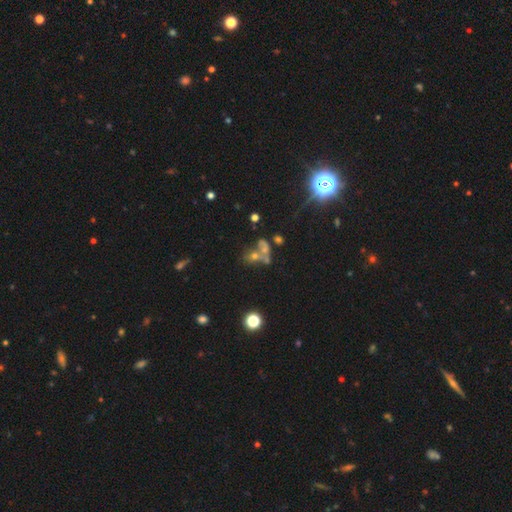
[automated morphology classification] smooth-or-featured: star or artifact: 41% | smooth: 35% | featured or disk: 24%